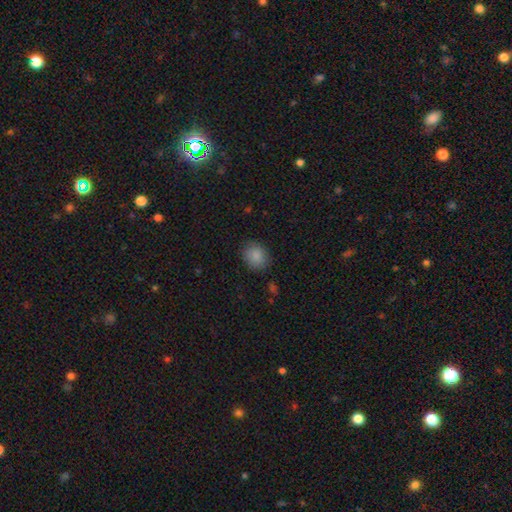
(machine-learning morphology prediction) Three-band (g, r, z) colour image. It shows a smooth galaxy with no disk features (87%) that is round (61%). Merging: none (83%).